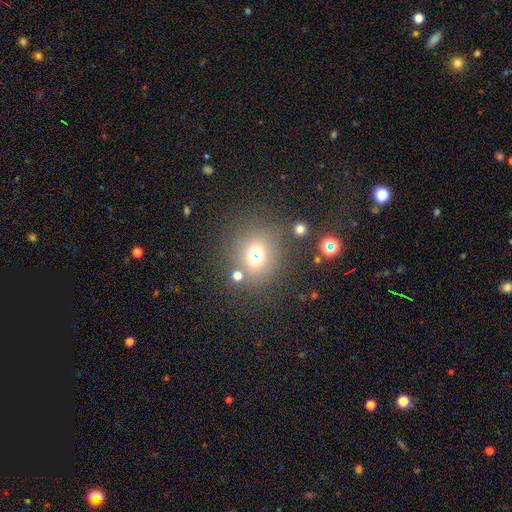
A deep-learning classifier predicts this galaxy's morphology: A smooth galaxy with no disk features (64%) that is round (79%).

Vote fractions:
- Smooth or featured? smooth: 64% / star or artifact: 23% / featured or disk: 13%
- How rounded? round: 79% / in between: 20% / cigar-shaped: 1%
- Merging? none: 66% / merger: 17% / minor disturbance: 11% / major disturbance: 6%